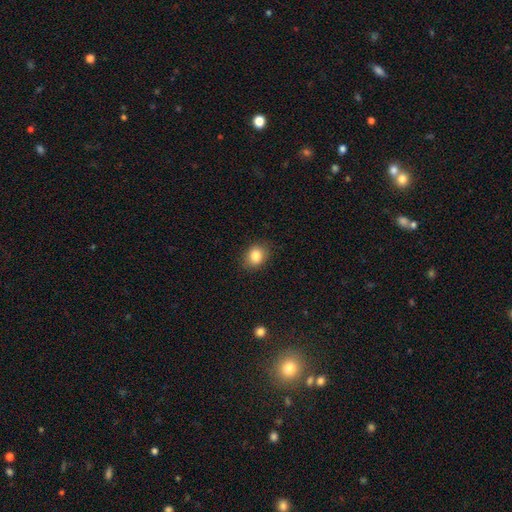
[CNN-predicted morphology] A smooth galaxy with no disk features (86%) that is in between round and cigar-shaped (55%).

Vote fractions:
- Smooth or featured? smooth: 86% / star or artifact: 9% / featured or disk: 5%
- How rounded? in between: 55% / round: 44% / cigar-shaped: 1%
- Merging? none: 85% / minor disturbance: 11% / major disturbance: 3% / merger: 1%